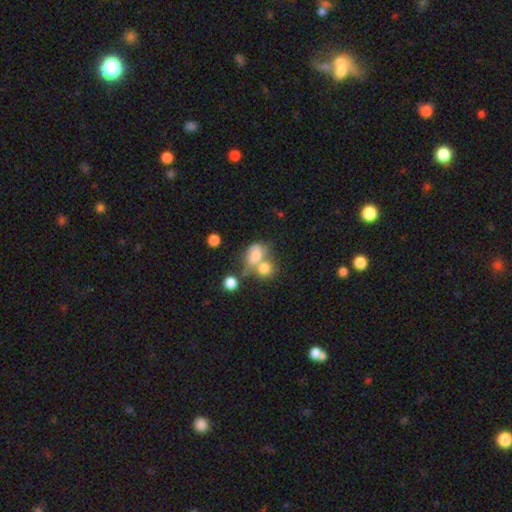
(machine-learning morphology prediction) Smooth or featured? Predicted: smooth (p=0.73). How rounded? Predicted: in between (p=0.67). Merging? Predicted: merger (p=0.52).